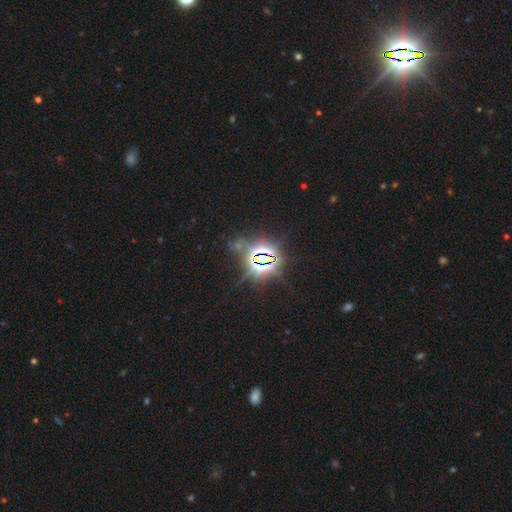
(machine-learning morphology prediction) smooth-or-featured: star or artifact: 84% | smooth: 9% | featured or disk: 7%